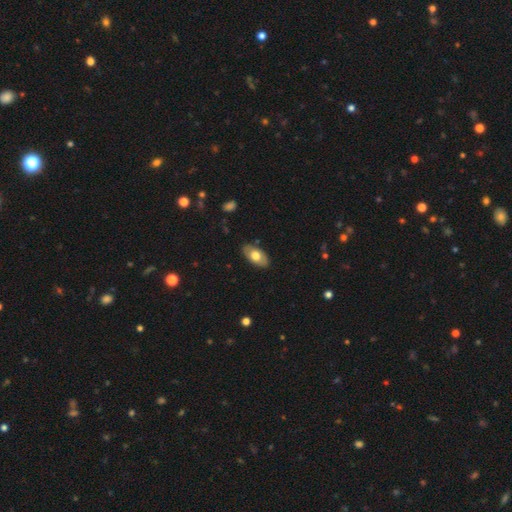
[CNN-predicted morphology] Smooth or featured? Predicted: smooth (p=0.69). How rounded? Predicted: in between (p=0.93). Merging? Predicted: none (p=0.85).